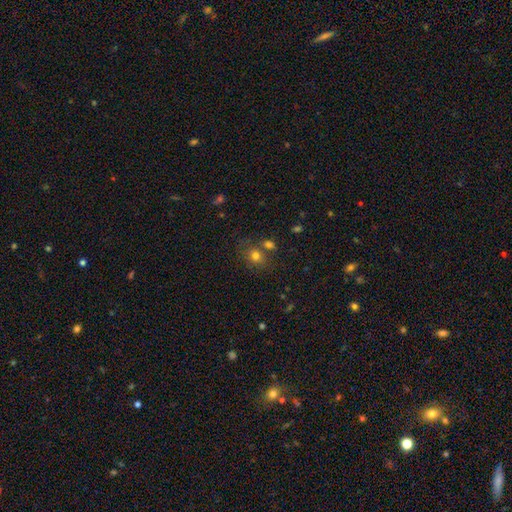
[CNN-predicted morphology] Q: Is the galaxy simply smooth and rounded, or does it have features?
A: smooth — 75%.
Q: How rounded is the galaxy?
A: round — 61%.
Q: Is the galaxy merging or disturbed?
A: none — 60%.